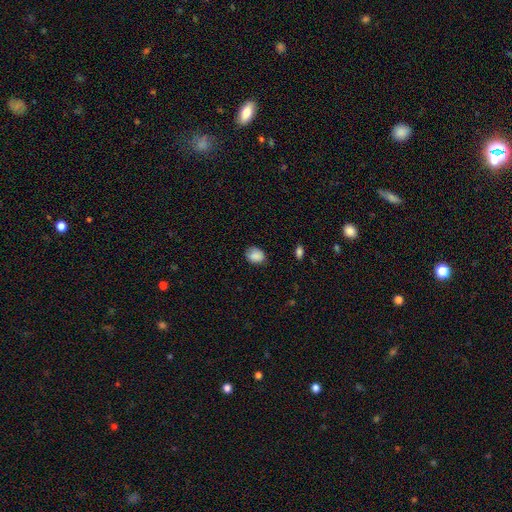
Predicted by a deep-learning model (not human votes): smooth-or-featured: smooth: 88% | star or artifact: 8% | featured or disk: 4%
  how-rounded: in between: 58% | round: 41% | cigar-shaped: 1%
  merging: none: 79% | minor disturbance: 17% | major disturbance: 3% | merger: 1%